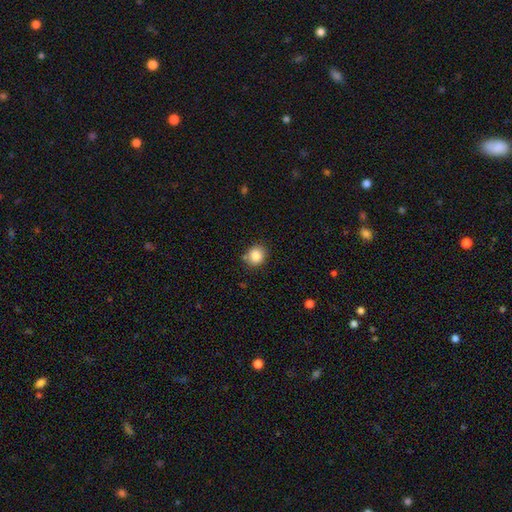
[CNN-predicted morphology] Smooth or featured? Predicted: smooth (p=0.85). How rounded? Predicted: round (p=0.83). Merging? Predicted: none (p=0.80).